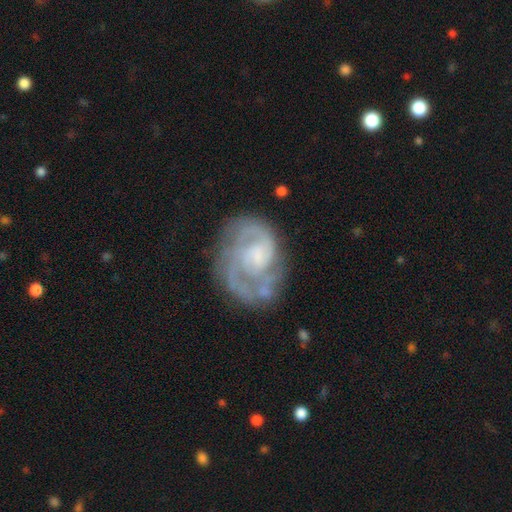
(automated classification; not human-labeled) Smooth or featured? featured or disk (84%)
Edge-on disk? no (98%)
Bar? no (58%)
Spiral arms? yes (93%)
Spiral winding? tight (49%)
Spiral arm count? 2 (52%)
Bulge size? small (37%)
Merging? none (59%)